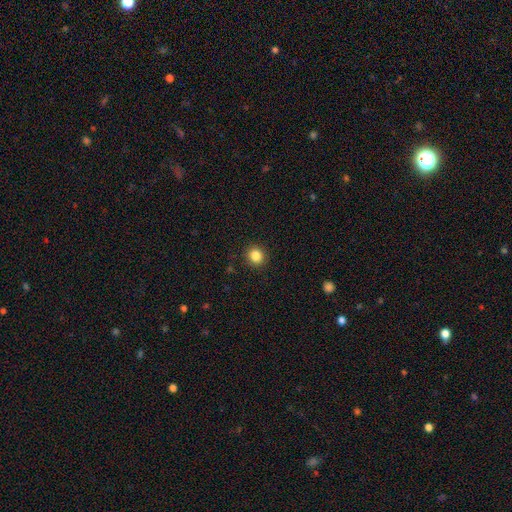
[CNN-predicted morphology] A smooth galaxy with no disk features (85%) that is round (87%). Merging: none (91%).